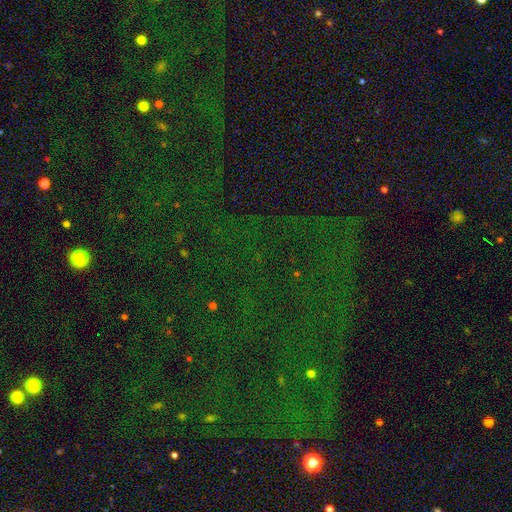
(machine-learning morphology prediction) This appears to be a star or artifact, not a galaxy (80%).